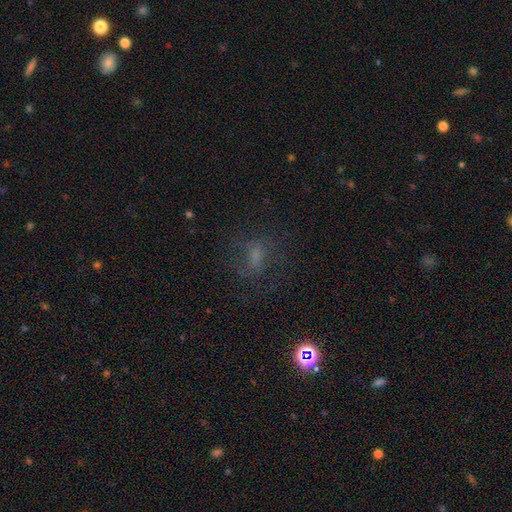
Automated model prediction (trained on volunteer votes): A smooth galaxy with no disk features (40%).

Vote fractions:
- Smooth or featured? smooth: 40% / featured or disk: 33% / star or artifact: 27%
- Merging? none: 62% / major disturbance: 19% / minor disturbance: 17% / merger: 2%